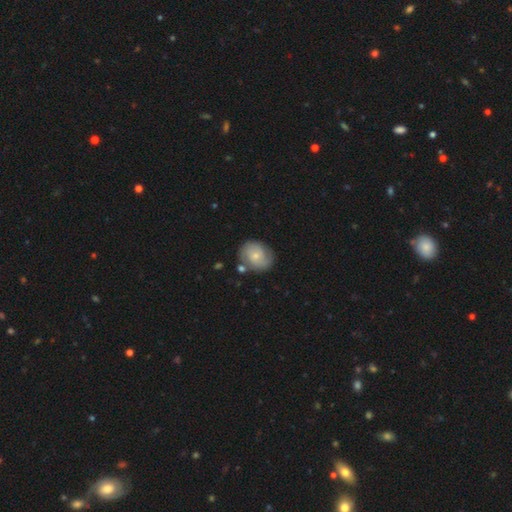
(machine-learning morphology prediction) Q: Smooth or featured?
A: smooth (53%); runner-up: featured or disk (40%)
Q: How rounded?
A: round (64%); runner-up: in between (35%)
Q: Merging?
A: none (69%); runner-up: minor disturbance (19%)